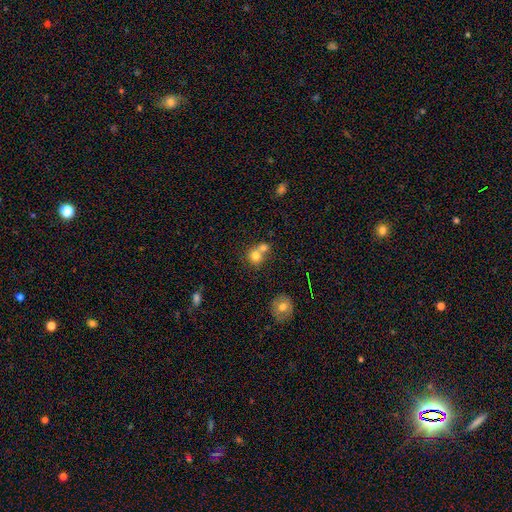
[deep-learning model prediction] A smooth galaxy with no disk features (76%) that is round (81%).

Vote fractions:
- Smooth or featured? smooth: 76% / featured or disk: 13% / star or artifact: 11%
- How rounded? round: 81% / in between: 18% / cigar-shaped: 1%
- Merging? merger: 55% / none: 36% / minor disturbance: 6% / major disturbance: 3%